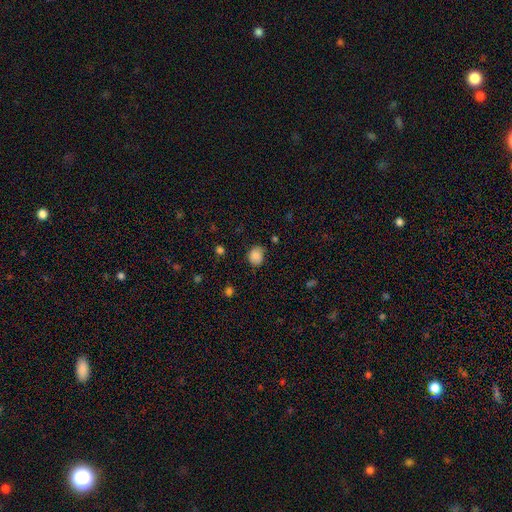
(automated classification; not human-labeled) Q: Smooth or featured?
A: smooth (85%); runner-up: star or artifact (9%)
Q: How rounded?
A: round (61%); runner-up: in between (39%)
Q: Merging?
A: none (73%); runner-up: minor disturbance (21%)